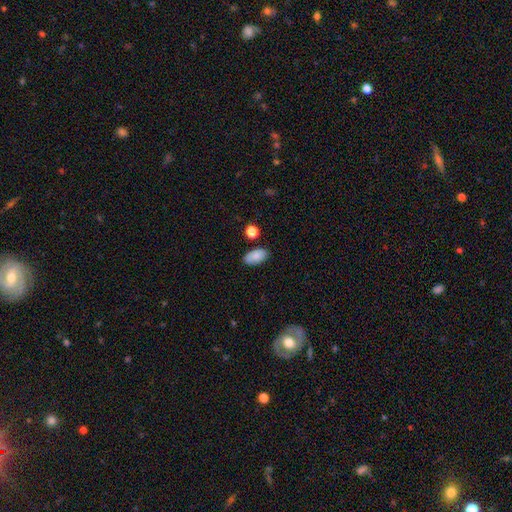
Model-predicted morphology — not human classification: A smooth galaxy with no disk features (84%) that is in between round and cigar-shaped (93%). Merging: none (79%).